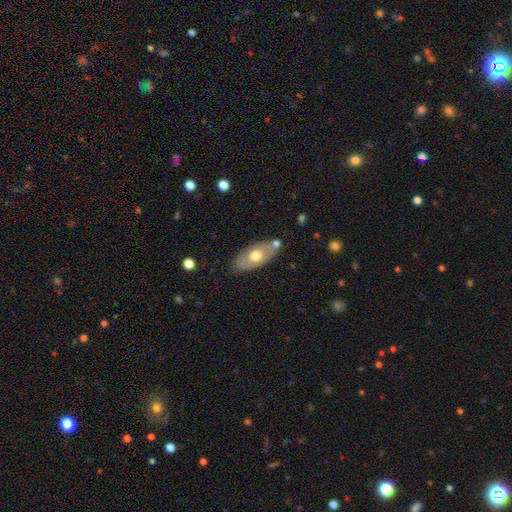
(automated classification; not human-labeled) Morphology: type=smooth (57%); roundness=in between (88%); merging=none (77%).